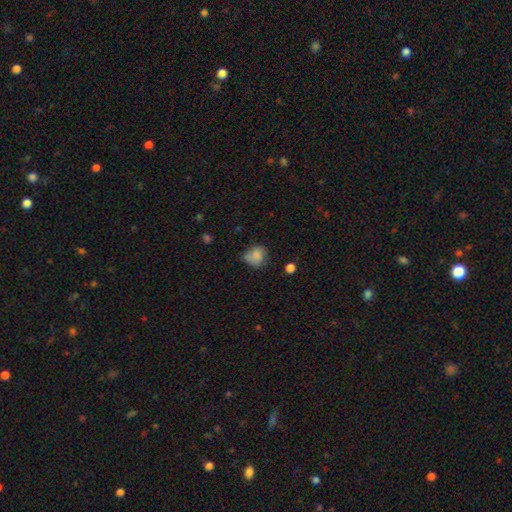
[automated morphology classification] smooth 78%, featured or disk 12%, star or artifact 10%. Down the decision tree: how rounded — round (61%); merging — none (49%).